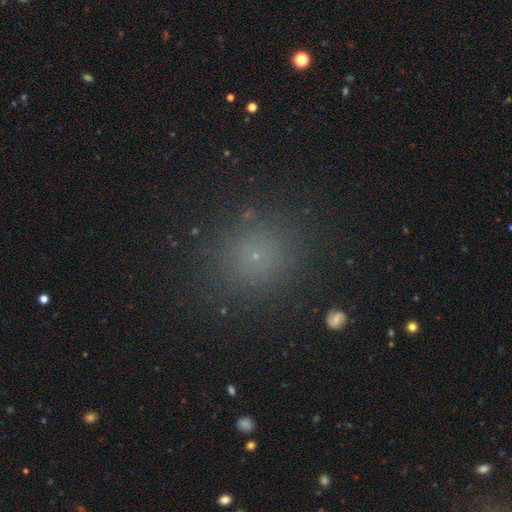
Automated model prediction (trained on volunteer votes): Smooth or featured? smooth (66%)
How rounded? round (88%)
Merging? none (88%)